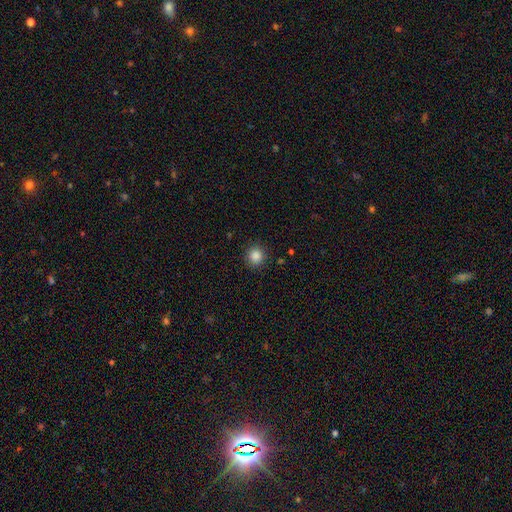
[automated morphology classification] This appears to be a smooth galaxy with no disk features (85%) that is round (92%). Merging: none (90%).